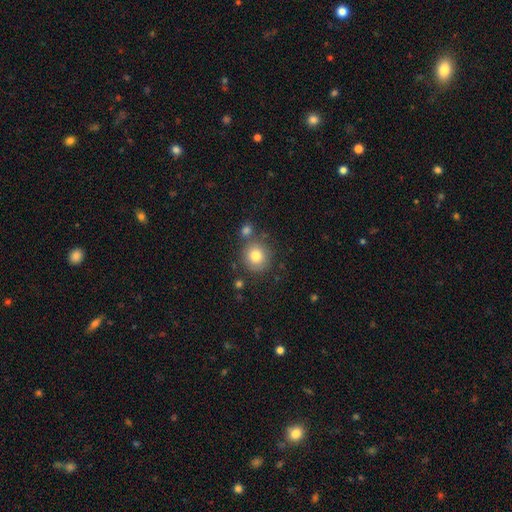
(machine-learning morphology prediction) A smooth galaxy with no disk features (79%) that is round (89%). Merging: none (73%).